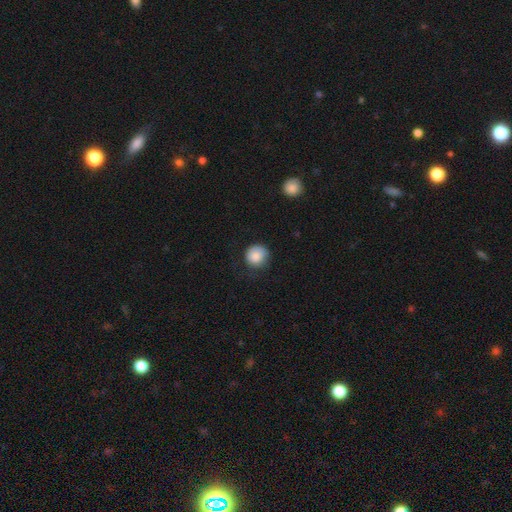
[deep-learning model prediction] Q: Smooth or featured?
A: smooth (85%); runner-up: star or artifact (8%)
Q: How rounded?
A: round (91%); runner-up: in between (8%)
Q: Merging?
A: none (66%); runner-up: minor disturbance (23%)